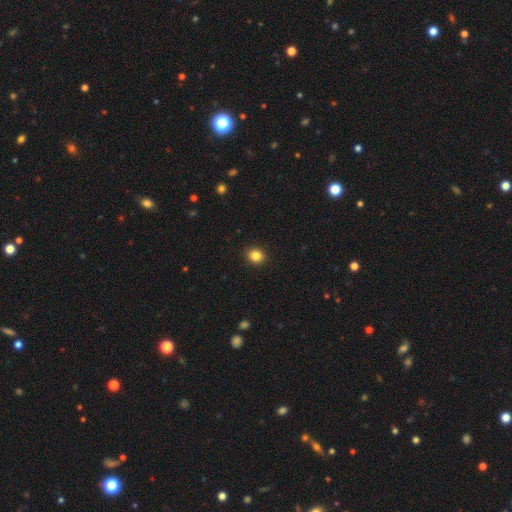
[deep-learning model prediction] Morphology: type=smooth (85%); roundness=round (71%); merging=none (92%).